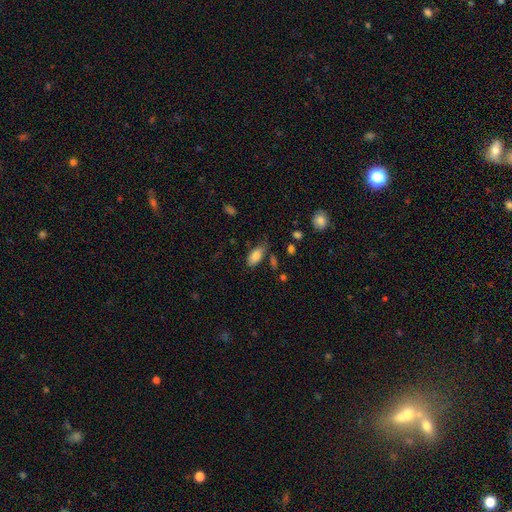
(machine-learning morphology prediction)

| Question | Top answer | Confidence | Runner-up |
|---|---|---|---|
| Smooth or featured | smooth | 83% | featured or disk (9%) |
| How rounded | in between | 90% | cigar-shaped (7%) |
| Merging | none | 61% | minor disturbance (27%) |